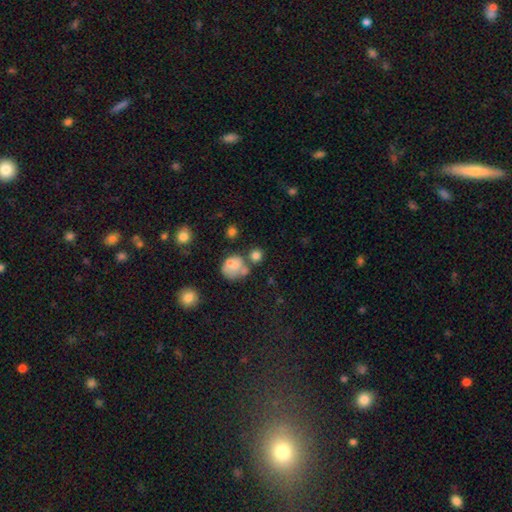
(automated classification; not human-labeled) A smooth galaxy with no disk features (75%) that is round (80%). Merging: none (53%).